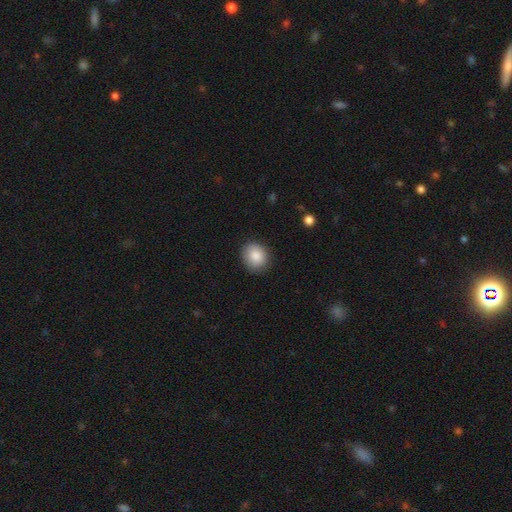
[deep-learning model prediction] Smooth or featured: smooth — 86% (star or artifact — 8%)
How rounded: round — 72% (in between — 27%)
Merging: none — 87% (minor disturbance — 9%)